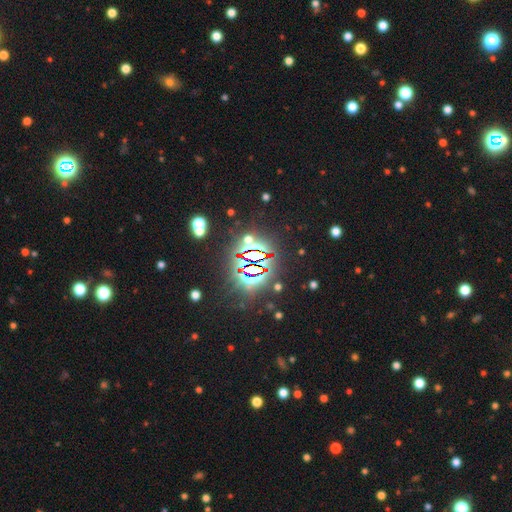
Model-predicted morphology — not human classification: type=star or artifact (84%).